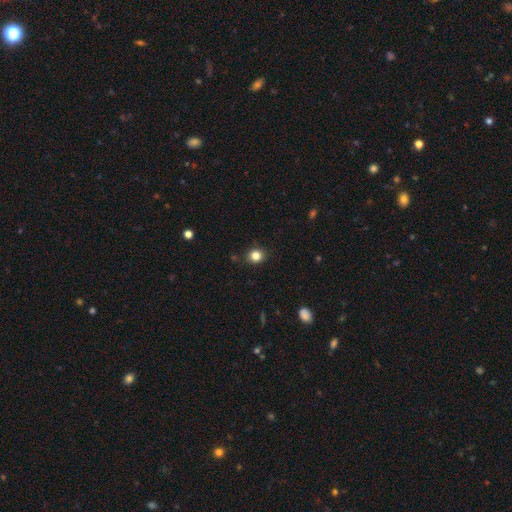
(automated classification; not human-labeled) The model was most divided on "how rounded": round: 78%, in between: 21%, cigar-shaped: 1%. More confident: merging — none (88%); smooth or featured — smooth (83%).